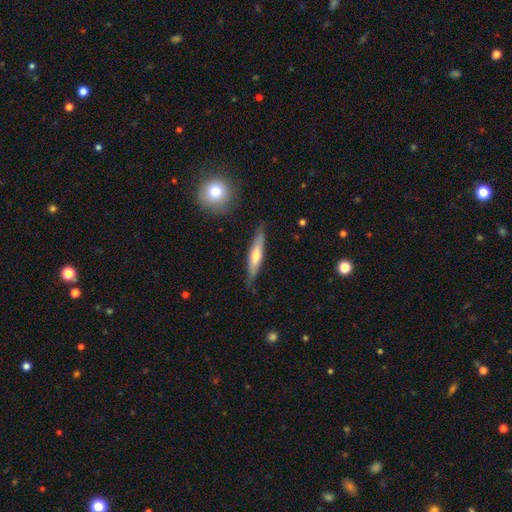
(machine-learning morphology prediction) Smooth or featured: smooth — 47% (tied with featured or disk — 47%)
Merging: none — 82% (minor disturbance — 14%)